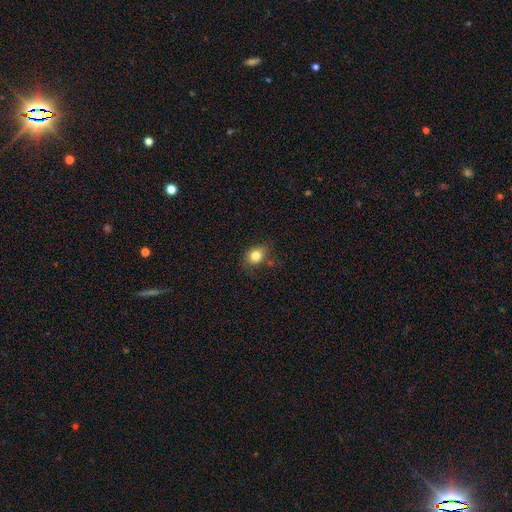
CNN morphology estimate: This is clearly a smooth galaxy (81%). How rounded: possibly round (51%). Merging: likely none (68%).